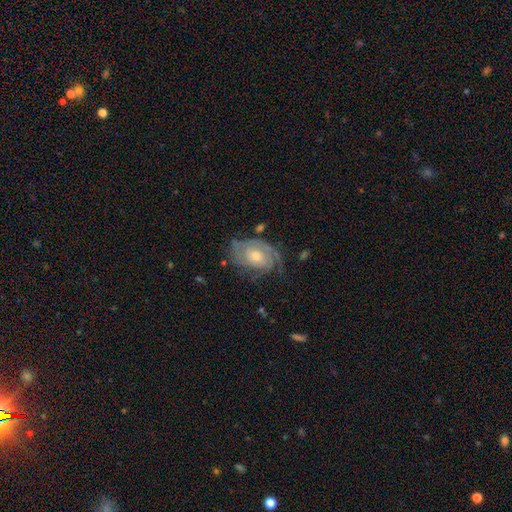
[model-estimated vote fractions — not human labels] This is likely a featured or disk galaxy (78%). It is clearly not viewed edge-on (96%). Bar: likely no (74%). Spiral arm pattern: clearly yes (89%). Spiral arm count: marginally 2 (38%). Spiral winding: likely tight (64%). Central bulge: likely moderate (63%). Merging: likely none (65%).